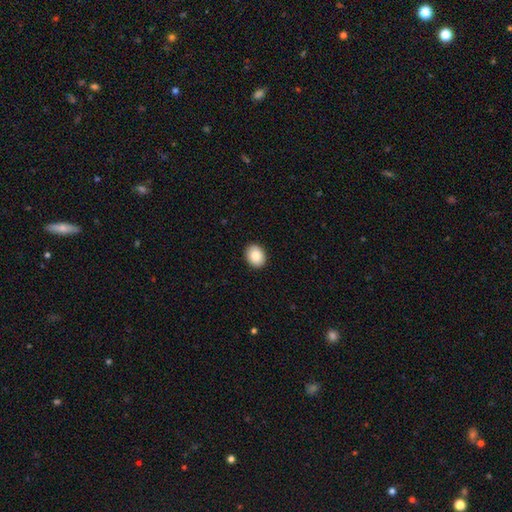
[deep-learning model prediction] Overall: smooth (88%). How rounded: in between (58%; round 42%). Merging: none (91%).